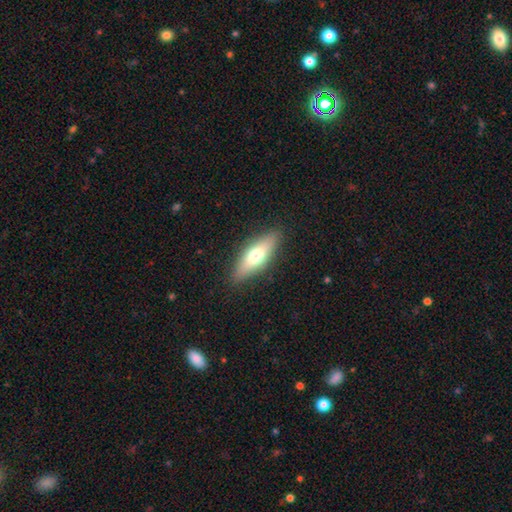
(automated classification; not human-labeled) Overall: smooth (62%; featured or disk 32%). How rounded: in between (54%; cigar-shaped 43%). Merging: none (86%).